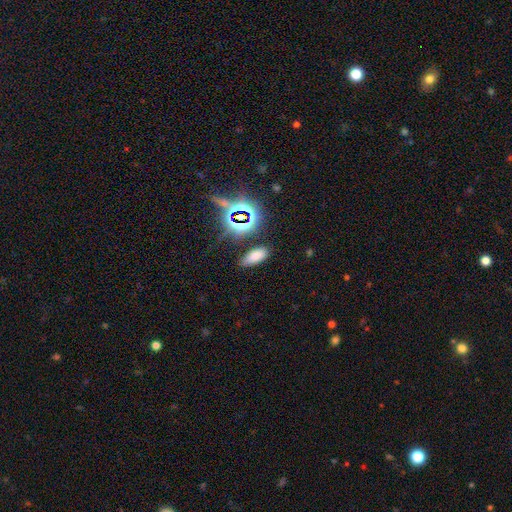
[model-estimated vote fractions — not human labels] Overall: smooth (68%). How rounded: in between (86%). Merging: none (84%).